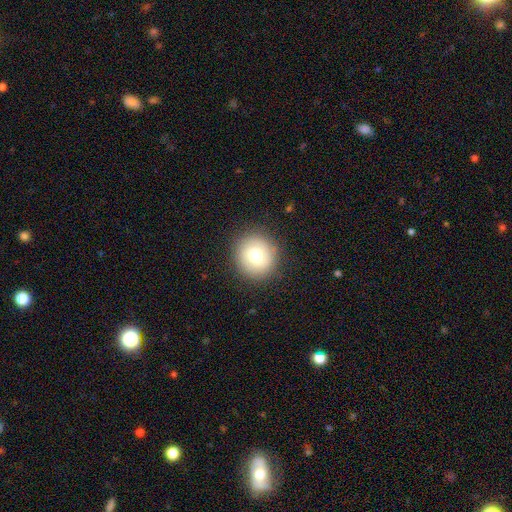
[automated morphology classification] smooth-or-featured: smooth: 72% | featured or disk: 17% | star or artifact: 11%
  how-rounded: round: 90% | in between: 9% | cigar-shaped: 1%
  merging: none: 87% | minor disturbance: 8% | major disturbance: 3% | merger: 1%